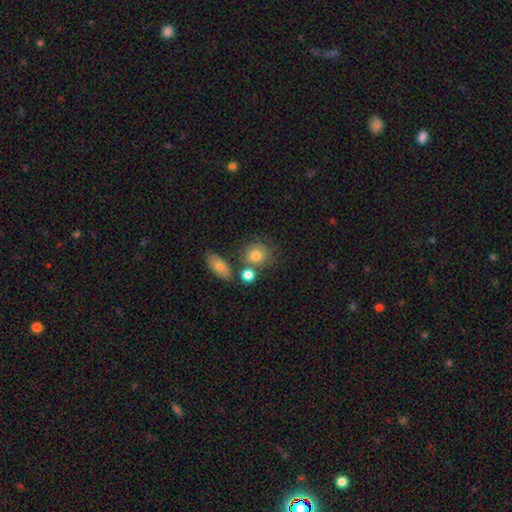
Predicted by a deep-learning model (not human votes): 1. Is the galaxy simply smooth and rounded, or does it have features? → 77% smooth, 14% featured or disk, 9% star or artifact.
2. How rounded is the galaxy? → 72% round, 26% in between, 1% cigar-shaped.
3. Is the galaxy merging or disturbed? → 58% none, 22% merger, 14% minor disturbance, 6% major disturbance.